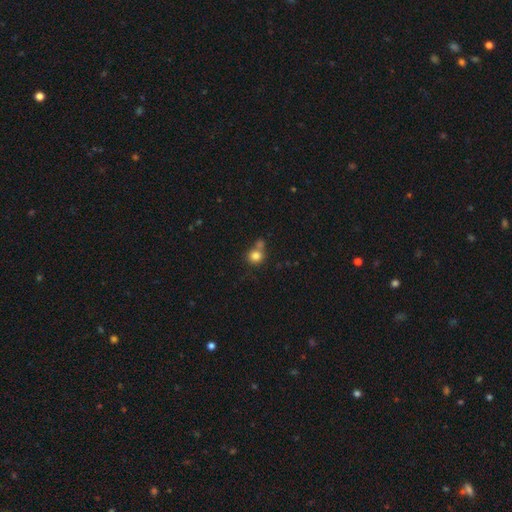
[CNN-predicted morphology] type=smooth (81%); roundness=round (86%); merging=none (52%).